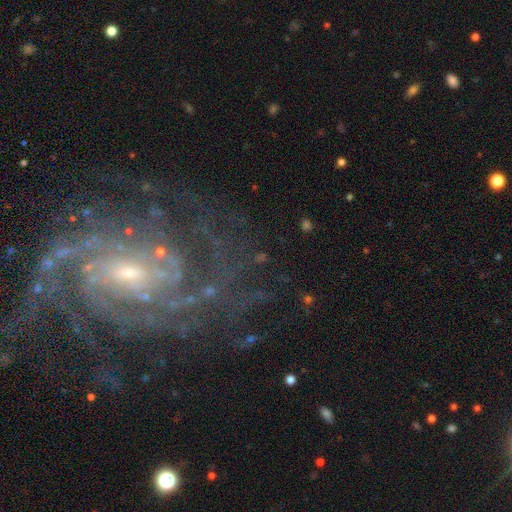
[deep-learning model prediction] A featured or disk galaxy (90%) with a weak bar (44%), tight (64%) spiral arms (98%) and a small central bulge (65%). Merging: none (74%).